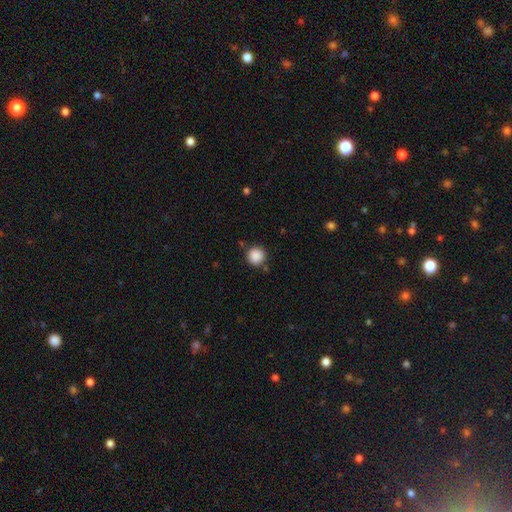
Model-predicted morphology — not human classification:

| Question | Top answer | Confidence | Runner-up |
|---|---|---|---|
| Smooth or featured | smooth | 88% | star or artifact (9%) |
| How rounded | round | 95% | in between (5%) |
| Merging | none | 84% | minor disturbance (9%) |